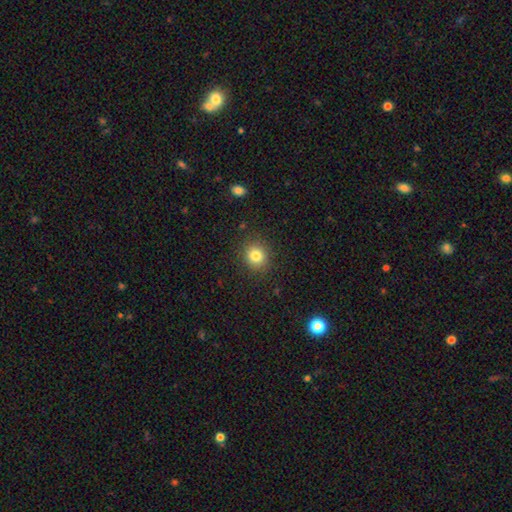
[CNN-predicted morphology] A smooth galaxy with no disk features (81%) that is round (84%).

Vote fractions:
- Smooth or featured? smooth: 81% / star or artifact: 12% / featured or disk: 7%
- How rounded? round: 84% / in between: 15% / cigar-shaped: 1%
- Merging? none: 89% / minor disturbance: 7% / major disturbance: 3% / merger: 1%